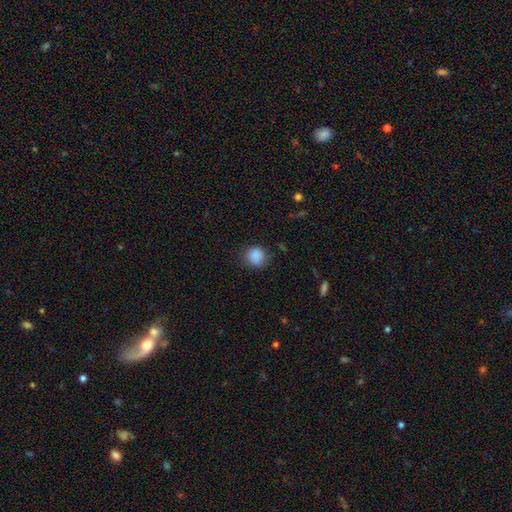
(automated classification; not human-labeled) Morphology: type=smooth (88%); roundness=round (87%); merging=none (80%).